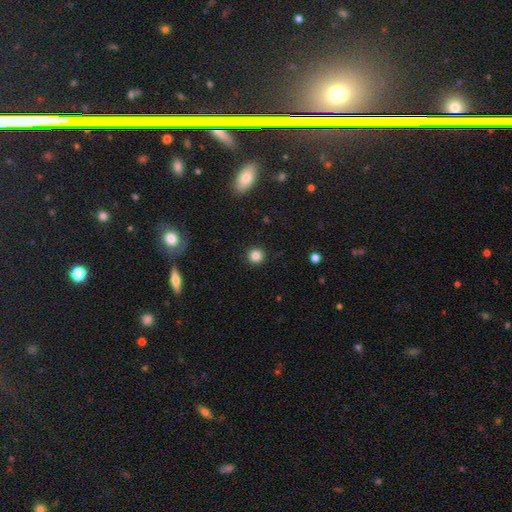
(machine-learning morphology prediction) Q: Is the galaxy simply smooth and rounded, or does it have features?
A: smooth — 83%.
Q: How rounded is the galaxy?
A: round — 95%.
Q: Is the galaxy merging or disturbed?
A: none — 92%.